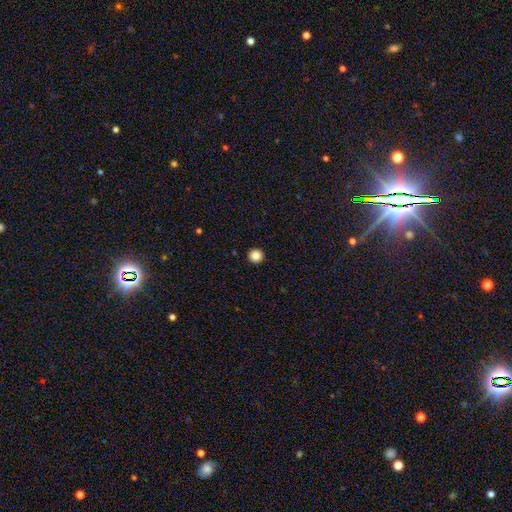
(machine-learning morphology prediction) type=smooth (86%); roundness=round (96%); merging=none (94%).